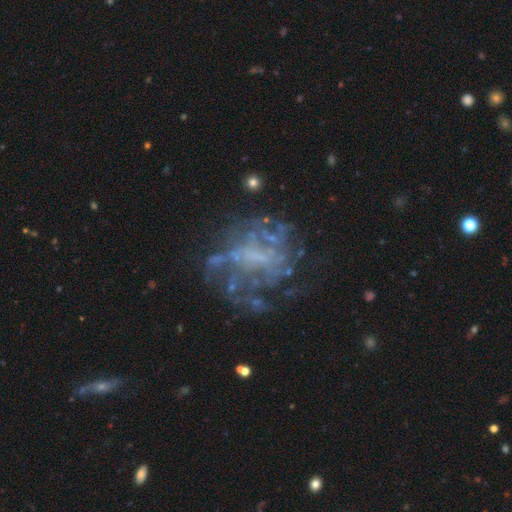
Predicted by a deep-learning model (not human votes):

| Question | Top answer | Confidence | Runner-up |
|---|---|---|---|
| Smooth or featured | featured or disk | 73% | star or artifact (15%) |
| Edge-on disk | no | 98% | yes (2%) |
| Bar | no | 66% | weak (26%) |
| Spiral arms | no | 56% | yes (44%) |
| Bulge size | none | 57% | small (23%) |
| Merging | none | 56% | major disturbance (24%) |